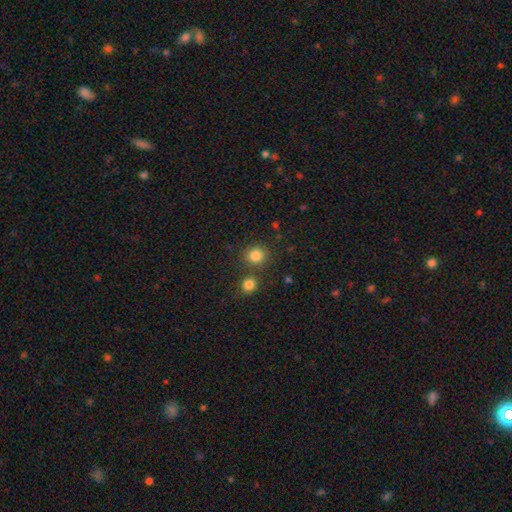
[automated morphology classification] Q: Smooth or featured?
A: smooth (83%); runner-up: star or artifact (12%)
Q: How rounded?
A: round (83%); runner-up: in between (16%)
Q: Merging?
A: none (75%); runner-up: merger (14%)